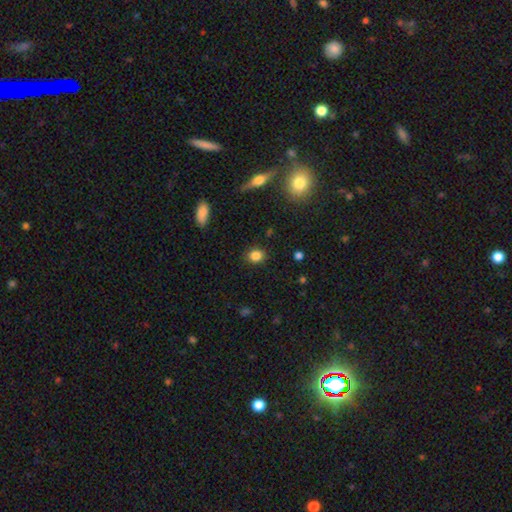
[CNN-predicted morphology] A smooth galaxy with no disk features (84%) that is round (65%). Merging: none (87%).